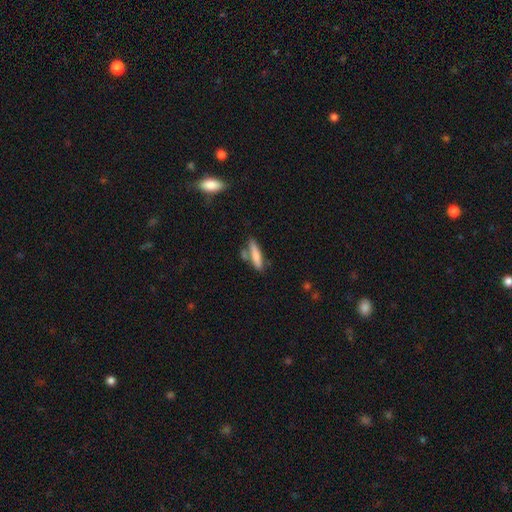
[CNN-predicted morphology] A smooth galaxy with no disk features (75%) that is cigar-shaped (76%).

Vote fractions:
- Smooth or featured? smooth: 75% / featured or disk: 19% / star or artifact: 7%
- How rounded? cigar-shaped: 76% / in between: 23% / round: 2%
- Merging? none: 63% / merger: 17% / minor disturbance: 16% / major disturbance: 4%